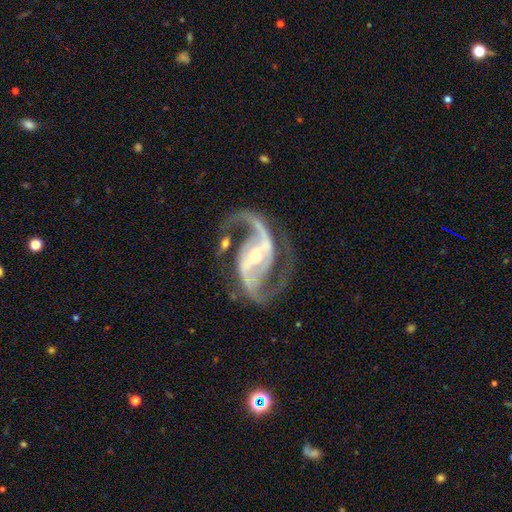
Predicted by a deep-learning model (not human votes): Overall: featured or disk (93%). Edge-on disk: no (98%). Bar: strong (53%; weak 33%). Spiral arms: yes (98%). Spiral arm count: 2 (93%). Spiral winding: medium (57%; loose 32%). Bulge size: moderate (48%; small 47%). Merging: none (73%).